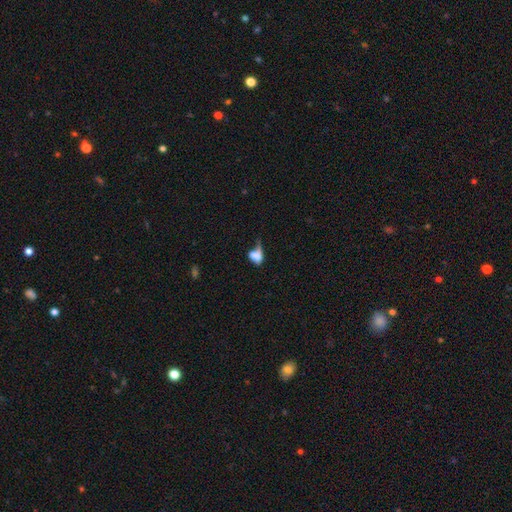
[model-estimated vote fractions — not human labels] Morphology: type=smooth (64%); roundness=in between (74%); merging=major disturbance (36%).